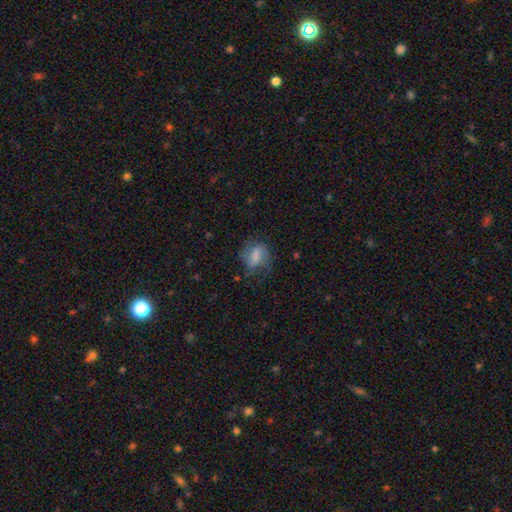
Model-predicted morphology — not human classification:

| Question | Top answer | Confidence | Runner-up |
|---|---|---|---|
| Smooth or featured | smooth | 51% | featured or disk (39%) |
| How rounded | in between | 62% | round (35%) |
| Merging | none | 49% | minor disturbance (26%) |